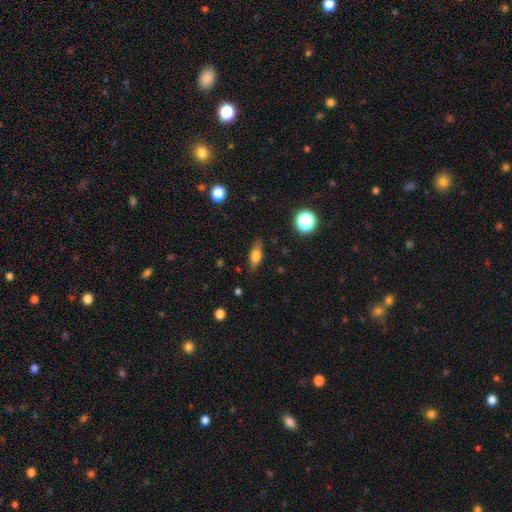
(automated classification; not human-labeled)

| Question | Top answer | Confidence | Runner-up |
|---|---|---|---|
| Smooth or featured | smooth | 70% | featured or disk (21%) |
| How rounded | in between | 68% | cigar-shaped (25%) |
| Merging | none | 83% | minor disturbance (13%) |